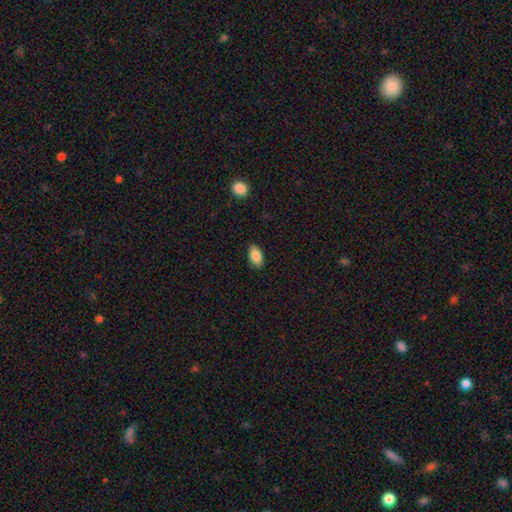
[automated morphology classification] Smooth or featured? smooth (86%)
How rounded? in between (92%)
Merging? none (86%)